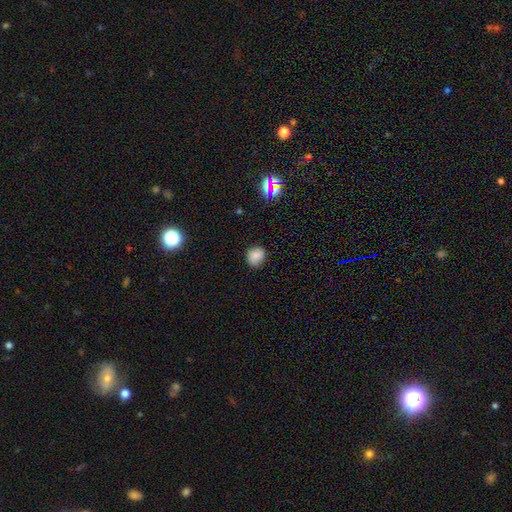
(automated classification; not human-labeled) smooth 74%, star or artifact 13%, featured or disk 13%. Down the decision tree: how rounded — round (72%); merging — none (76%).